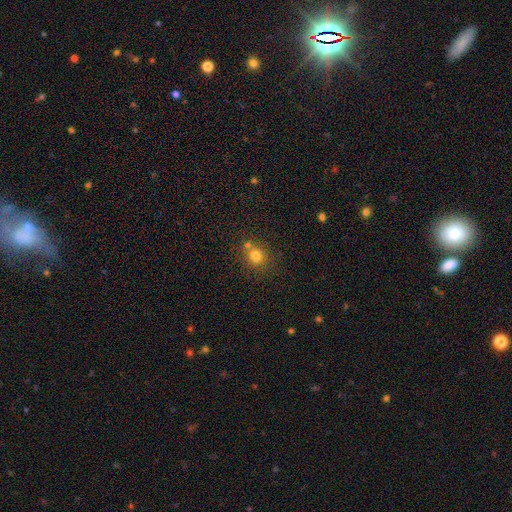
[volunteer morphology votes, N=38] type=smooth (89%); roundness=round (91%); merging=none (69%).